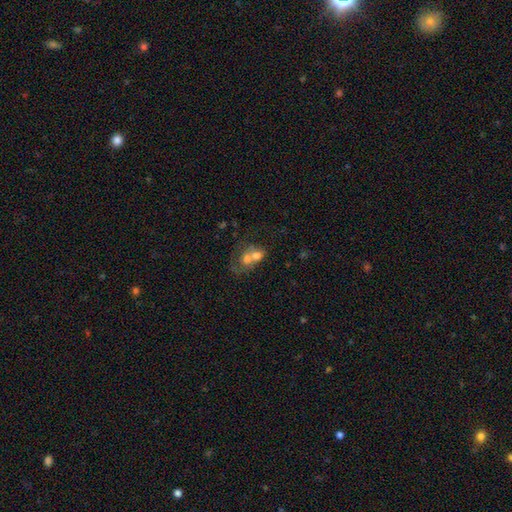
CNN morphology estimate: This appears to be a smooth galaxy with no disk features (63%) that is round (52%). Merging: merger (72%).